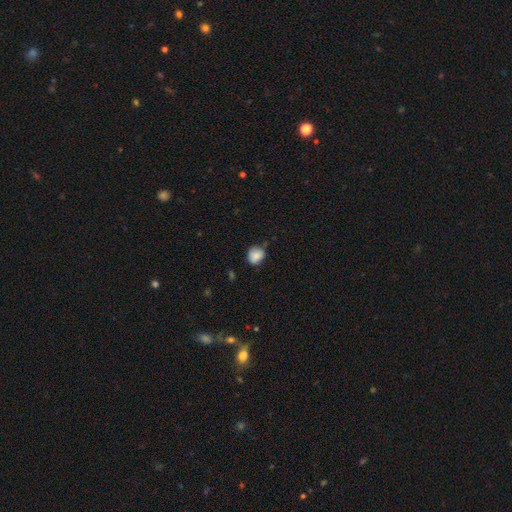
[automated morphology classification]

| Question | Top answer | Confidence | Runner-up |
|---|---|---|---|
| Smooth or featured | smooth | 84% | star or artifact (9%) |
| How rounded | round | 78% | in between (21%) |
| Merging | none | 70% | minor disturbance (24%) |